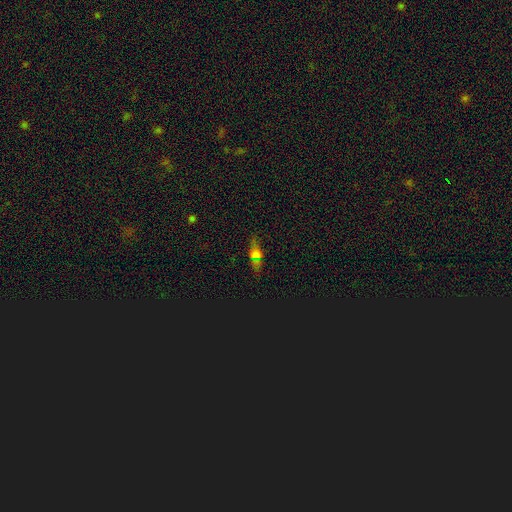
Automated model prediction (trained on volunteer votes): smooth 44%, star or artifact 35%, featured or disk 21%. Down the decision tree: merging — none (77%).